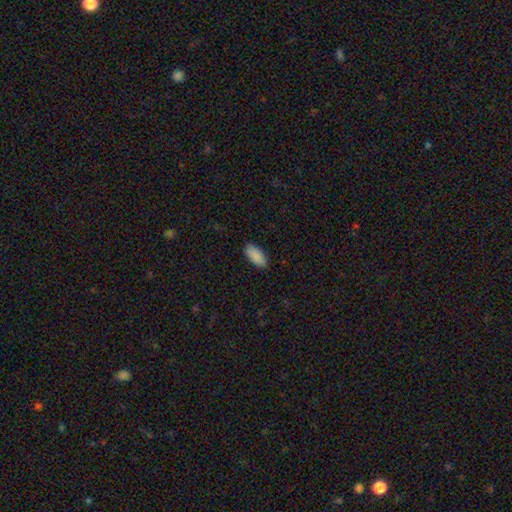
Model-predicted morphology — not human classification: The model was most divided on "merging": none: 88%, minor disturbance: 9%, major disturbance: 2%, merger: 1%. More confident: how rounded — in between (92%); smooth or featured — smooth (90%).